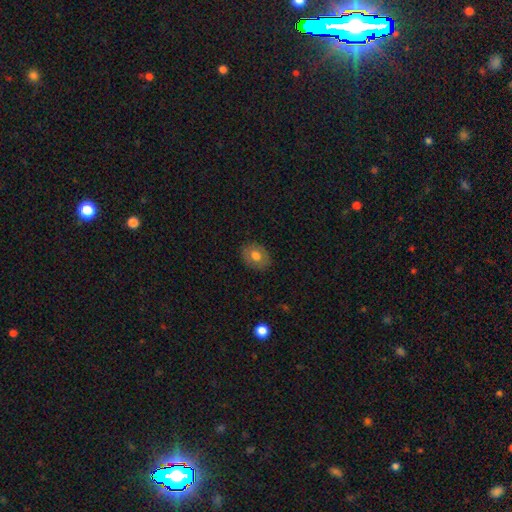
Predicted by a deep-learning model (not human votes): This is likely a smooth galaxy (70%). How rounded: possibly in between (56%). Merging: clearly none (86%).